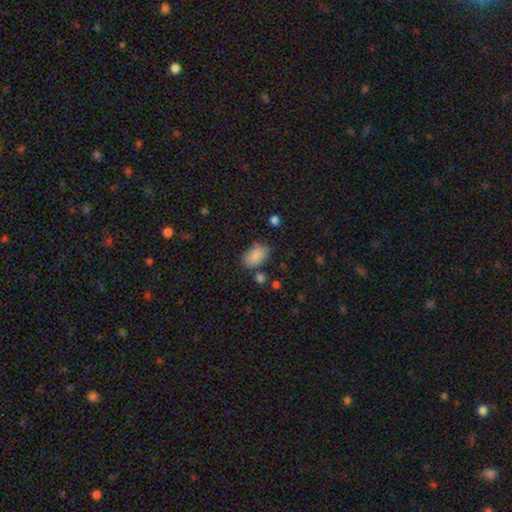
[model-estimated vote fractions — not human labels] Smooth or featured?
  - smooth: 87% *
  - star or artifact: 8%
  - featured or disk: 5%
How rounded?
  - in between: 88% *
  - round: 11%
  - cigar-shaped: 1%
Merging?
  - none: 70% *
  - minor disturbance: 19%
  - merger: 6%
  - major disturbance: 6%